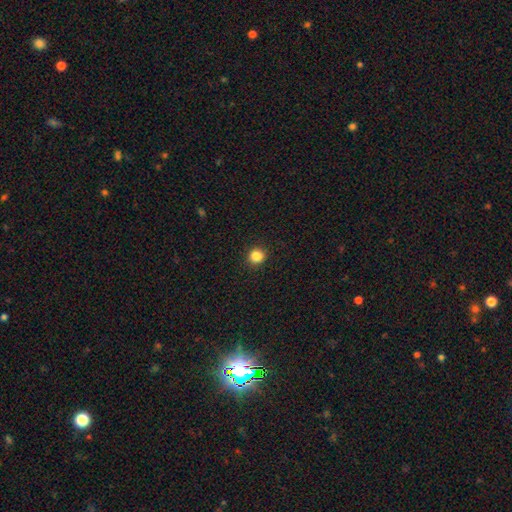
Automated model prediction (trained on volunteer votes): Smooth or featured: smooth — 85% (star or artifact — 11%)
How rounded: round — 89% (in between — 10%)
Merging: none — 92% (minor disturbance — 5%)